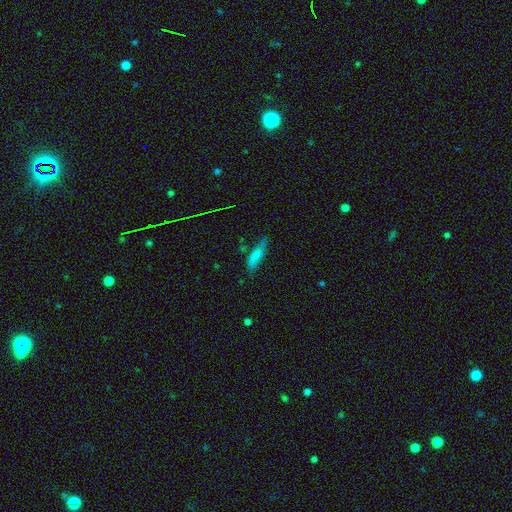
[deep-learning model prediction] This appears to be a smooth galaxy with no disk features (70%) that is cigar-shaped (63%). Merging: none (60%).